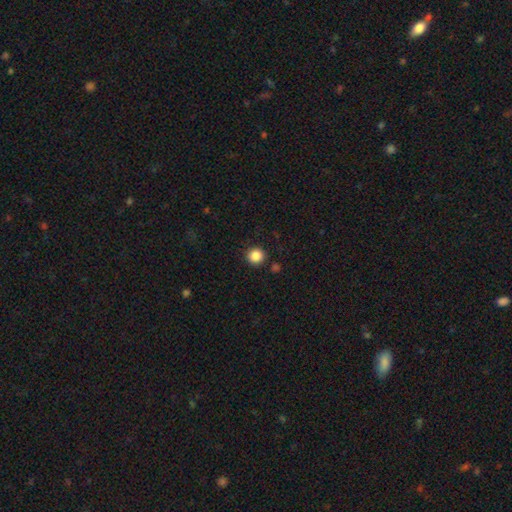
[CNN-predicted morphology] smooth_or_featured: smooth (p=0.87) [alt: star or artifact p=0.10]
how_rounded: round (p=0.93) [alt: in between p=0.06]
merging: none (p=0.90) [alt: minor disturbance p=0.06]